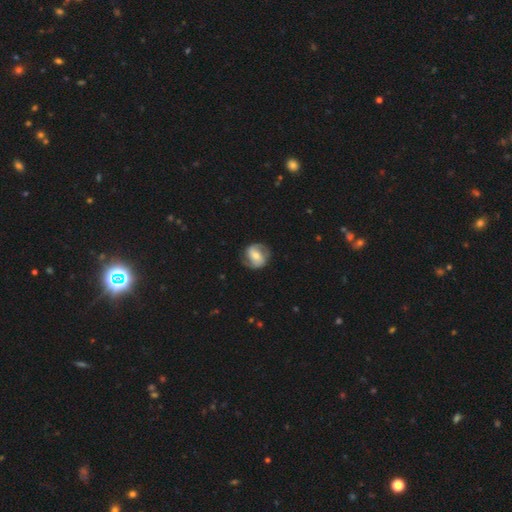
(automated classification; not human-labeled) smooth-or-featured: featured or disk: 69% | smooth: 25% | star or artifact: 6%
  disk-edge-on: no: 97% | yes: 3%
    bar: weak: 37% | no: 34% | strong: 29%
    has-spiral-arms: yes: 87% | no: 13%
      spiral-winding: medium: 45% | tight: 29% | loose: 25%
      spiral-arm-count: 2: 88% | can't tell: 6% | 1: 3% | 3: 1% | 4: 1% | more than 4: 1%
    bulge-size: moderate: 59% | small: 33% | large: 5% | none: 2% | dominant: 1%
  merging: none: 78% | minor disturbance: 14% | major disturbance: 6% | merger: 1%